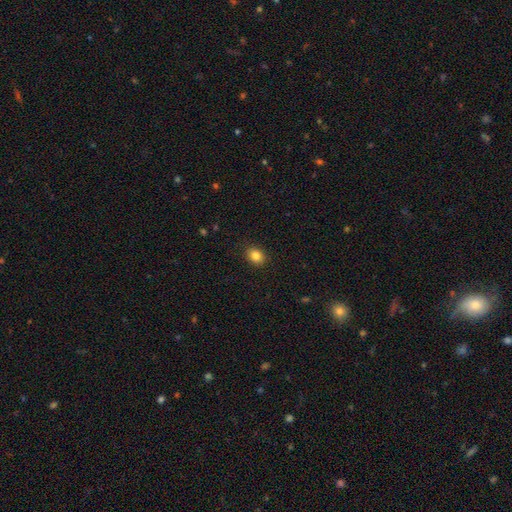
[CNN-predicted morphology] Smooth or featured? smooth (84%)
How rounded? in between (54%)
Merging? none (88%)